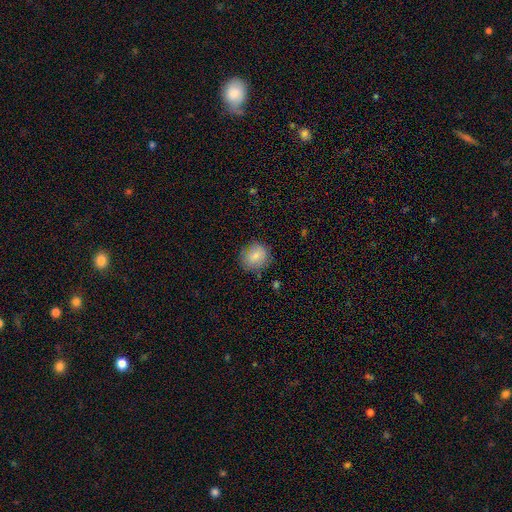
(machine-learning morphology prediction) Overall: smooth (82%). How rounded: round (82%). Merging: none (80%).